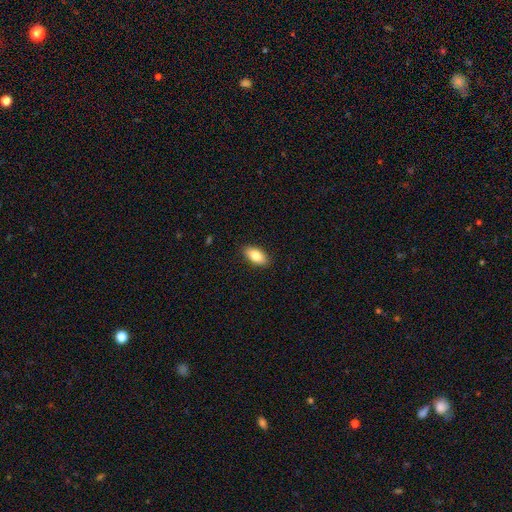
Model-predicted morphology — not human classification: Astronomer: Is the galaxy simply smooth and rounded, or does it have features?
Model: smooth — 84%.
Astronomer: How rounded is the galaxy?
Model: in between — 91%.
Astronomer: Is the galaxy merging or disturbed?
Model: none — 88%.